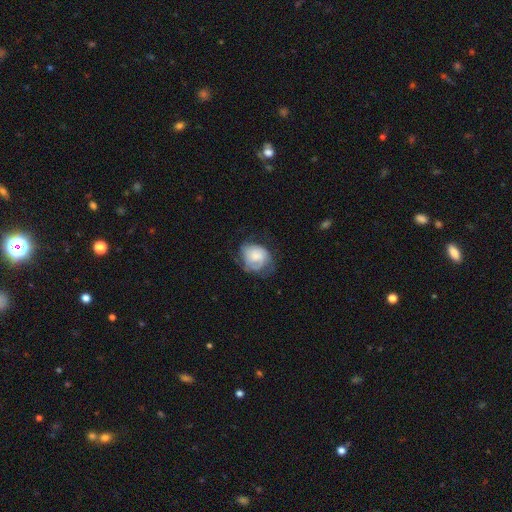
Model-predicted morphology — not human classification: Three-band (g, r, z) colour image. It shows a featured or disk galaxy (46%, tied with smooth). Merging: none (47%).